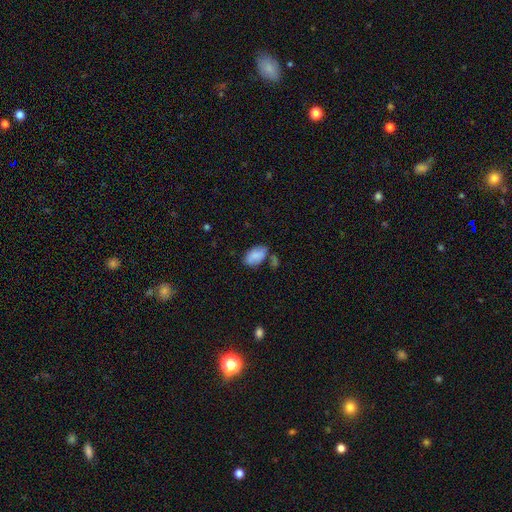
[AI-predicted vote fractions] This is clearly a smooth galaxy (82%). How rounded: clearly in between (94%). Merging: possibly none (58%).